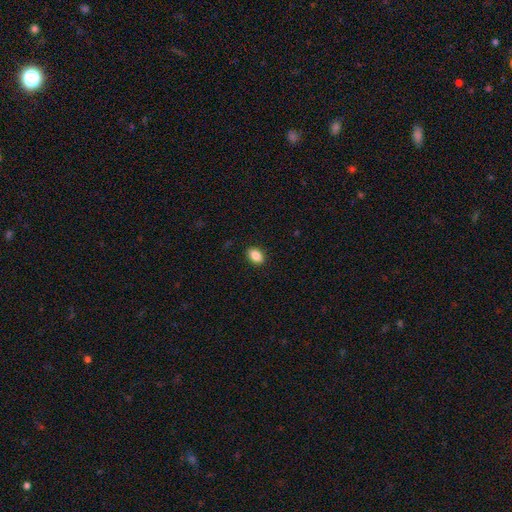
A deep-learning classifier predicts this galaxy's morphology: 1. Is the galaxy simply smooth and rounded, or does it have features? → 87% smooth, 8% star or artifact, 5% featured or disk.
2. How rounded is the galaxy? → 83% in between, 16% round, 1% cigar-shaped.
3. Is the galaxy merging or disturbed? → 90% none, 7% minor disturbance, 2% major disturbance, 1% merger.